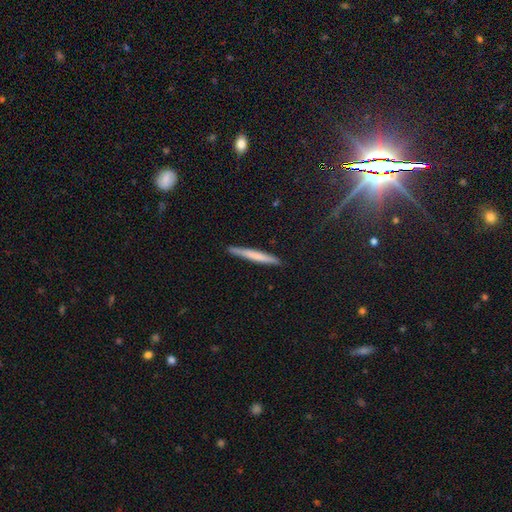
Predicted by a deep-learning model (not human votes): Smooth or featured? Predicted: smooth (p=0.64). How rounded? Predicted: cigar-shaped (p=0.96). Merging? Predicted: none (p=0.89).